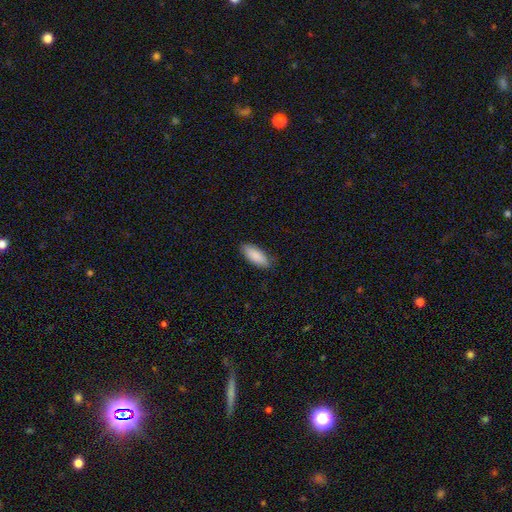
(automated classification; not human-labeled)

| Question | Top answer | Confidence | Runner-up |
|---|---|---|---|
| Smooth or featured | smooth | 89% | featured or disk (6%) |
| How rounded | in between | 80% | cigar-shaped (19%) |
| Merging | none | 83% | minor disturbance (14%) |